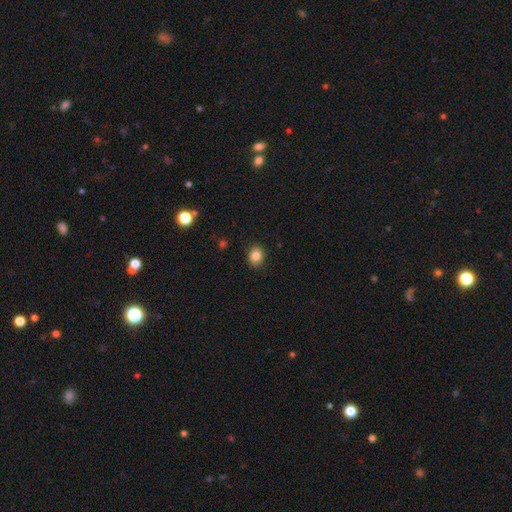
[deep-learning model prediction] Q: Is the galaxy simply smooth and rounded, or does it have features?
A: smooth — 85%.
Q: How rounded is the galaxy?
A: round — 61%.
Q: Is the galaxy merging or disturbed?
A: none — 89%.